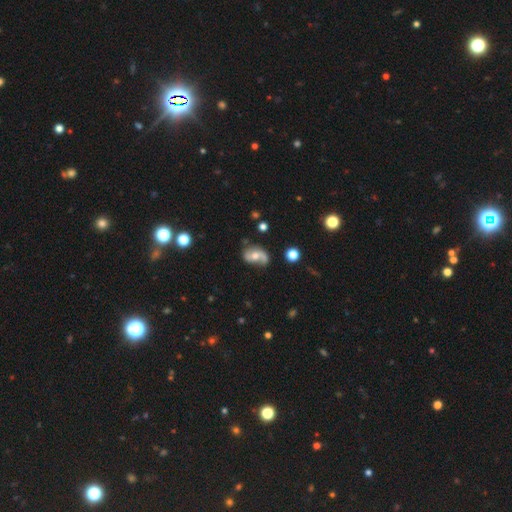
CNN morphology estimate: featured or disk 75%, smooth 18%, star or artifact 7%. Down the decision tree: edge-on disk — no (97%); bar — no (60%); spiral arms — yes (91%); spiral arm count — 2 (82%); spiral winding — loose (60%); bulge size — moderate (65%); merging — none (62%).